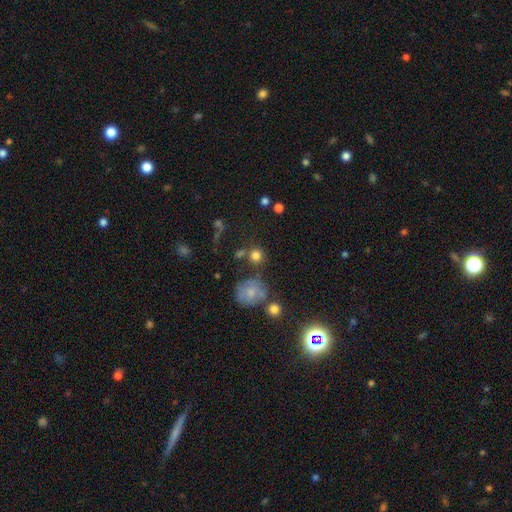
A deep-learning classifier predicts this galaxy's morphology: The model was most divided on "merging": none: 70%, minor disturbance: 12%, merger: 12%, major disturbance: 6%. More confident: how rounded — round (89%); smooth or featured — smooth (80%).